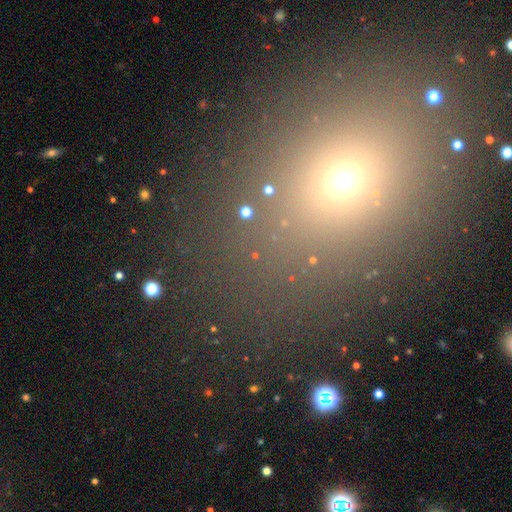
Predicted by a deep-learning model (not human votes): Q: Smooth or featured?
A: star or artifact (59%); runner-up: smooth (31%)